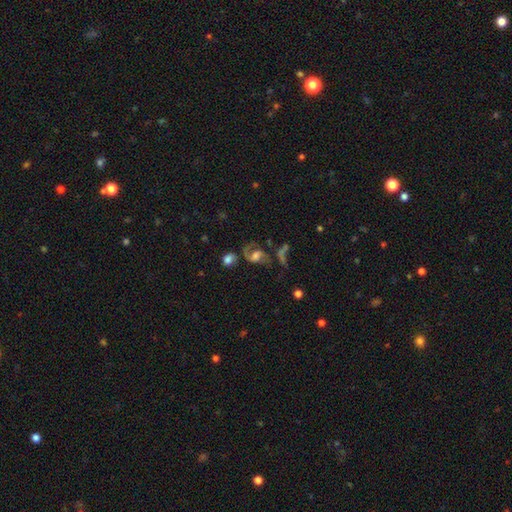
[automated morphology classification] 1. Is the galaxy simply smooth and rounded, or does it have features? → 69% featured or disk, 19% smooth, 12% star or artifact.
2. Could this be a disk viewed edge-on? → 96% no, 4% yes.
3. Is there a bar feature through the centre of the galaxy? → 44% no, 41% weak, 16% strong.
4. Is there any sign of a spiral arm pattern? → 85% yes, 15% no.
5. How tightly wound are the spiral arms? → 58% loose, 33% medium, 9% tight.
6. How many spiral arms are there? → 85% 2, 7% 1, 4% can't tell, 1% 3, 1% 4, 1% more than 4.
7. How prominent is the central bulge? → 46% moderate, 22% large, 20% small, 10% none, 3% dominant.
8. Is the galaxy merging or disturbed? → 44% none, 25% major disturbance, 17% minor disturbance, 14% merger.